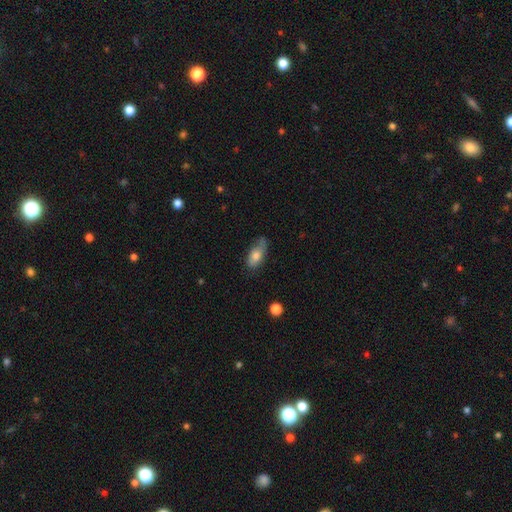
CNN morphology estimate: Smooth or featured?
  - smooth: 72% *
  - featured or disk: 21%
  - star or artifact: 7%
How rounded?
  - in between: 84% *
  - cigar-shaped: 13%
  - round: 4%
Merging?
  - none: 57% *
  - minor disturbance: 31%
  - major disturbance: 9%
  - merger: 2%